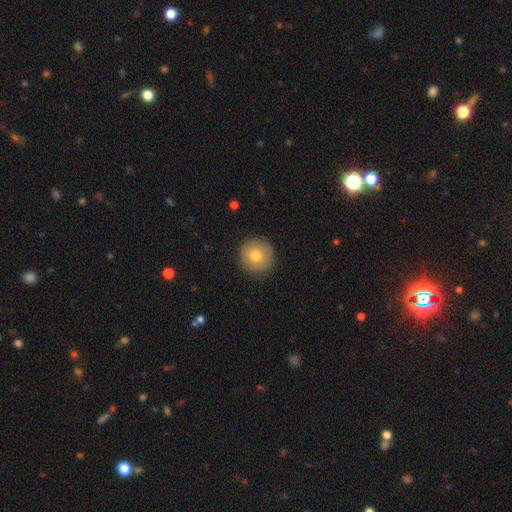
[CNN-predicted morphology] A smooth galaxy with no disk features (75%) that is round (94%).

Vote fractions:
- Smooth or featured? smooth: 75% / featured or disk: 17% / star or artifact: 8%
- How rounded? round: 94% / in between: 5% / cigar-shaped: 1%
- Merging? none: 90% / minor disturbance: 7% / major disturbance: 2% / merger: 1%